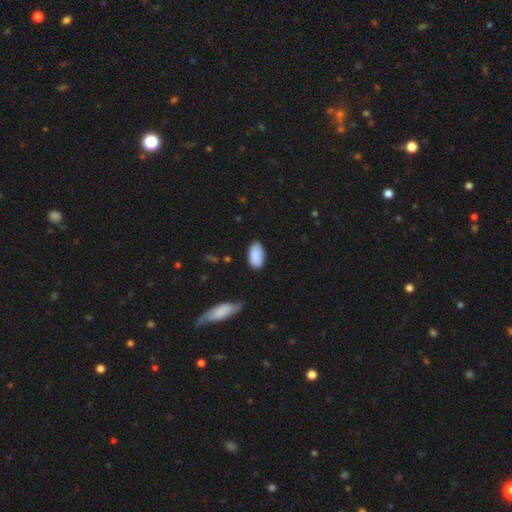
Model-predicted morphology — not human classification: The model was most divided on "merging": none: 76%, minor disturbance: 18%, major disturbance: 3%, merger: 2%. More confident: how rounded — in between (95%); smooth or featured — smooth (88%).